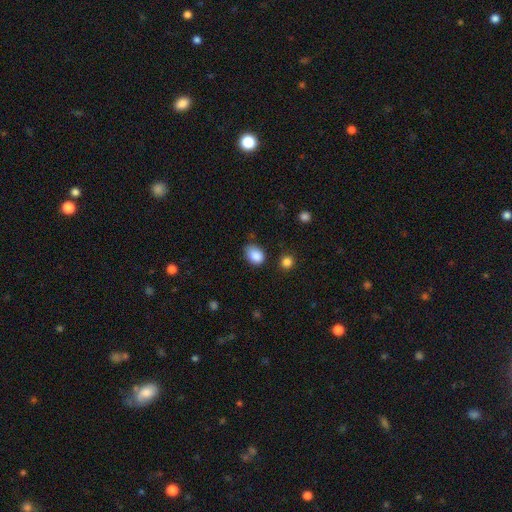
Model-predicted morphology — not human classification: This is clearly a smooth galaxy (87%). How rounded: likely in between (71%). Merging: likely none (65%).